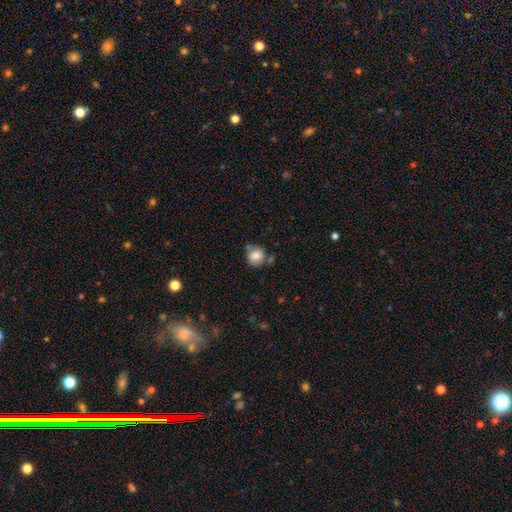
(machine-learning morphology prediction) Smooth or featured? Predicted: smooth (p=0.82). How rounded? Predicted: round (p=0.83). Merging? Predicted: none (p=0.61).